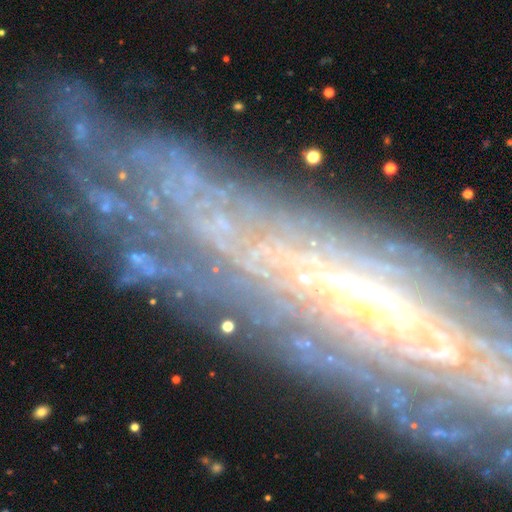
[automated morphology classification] featured or disk 51%, star or artifact 35%, smooth 14%. Down the decision tree: edge-on disk — no (91%); merging — none (58%).